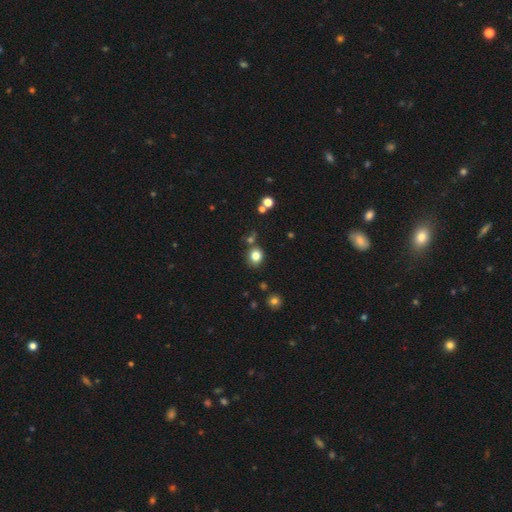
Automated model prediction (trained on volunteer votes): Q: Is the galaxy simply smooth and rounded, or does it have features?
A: smooth — 82%.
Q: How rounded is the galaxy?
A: round — 77%.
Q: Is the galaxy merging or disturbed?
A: none — 78%.